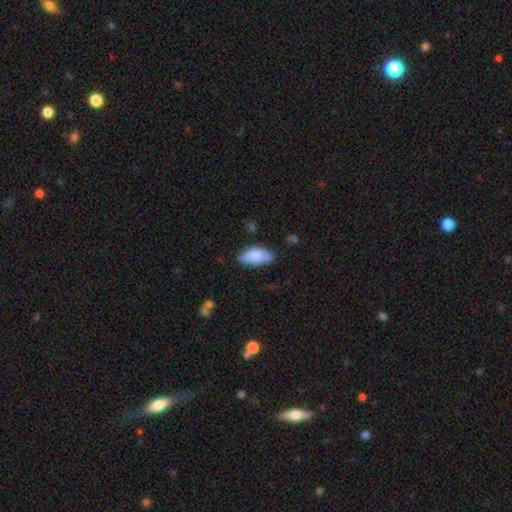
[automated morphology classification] Q: Smooth or featured?
A: smooth (85%); runner-up: featured or disk (9%)
Q: How rounded?
A: in between (90%); runner-up: cigar-shaped (8%)
Q: Merging?
A: none (72%); runner-up: minor disturbance (22%)